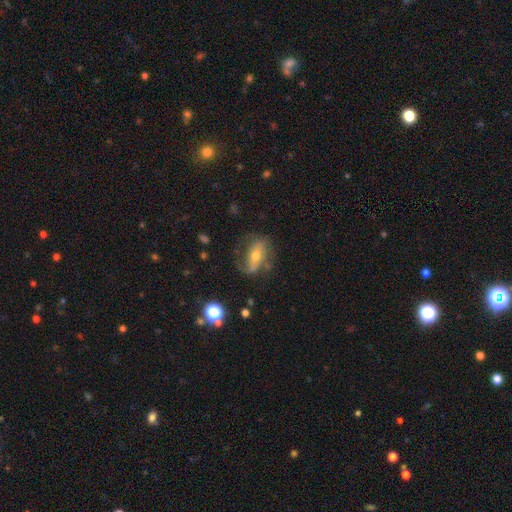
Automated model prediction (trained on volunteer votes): Morphology: type=featured or disk (63%); edge-on=no (87%); bar=strong (39%); spiral arms=yes (72%); bulge=moderate (56%); merging=none (57%).